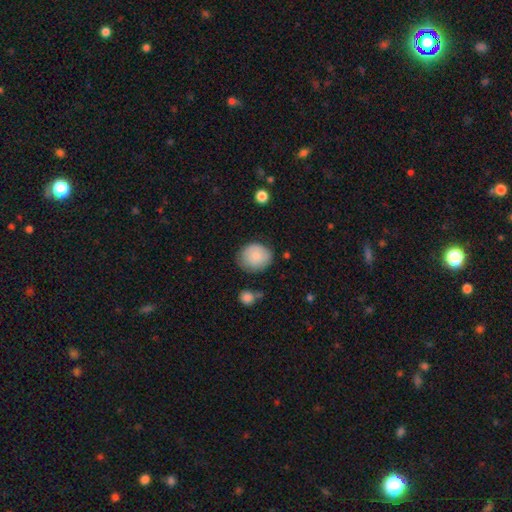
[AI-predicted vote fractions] Morphology: type=smooth (81%); roundness=round (71%); merging=none (69%).